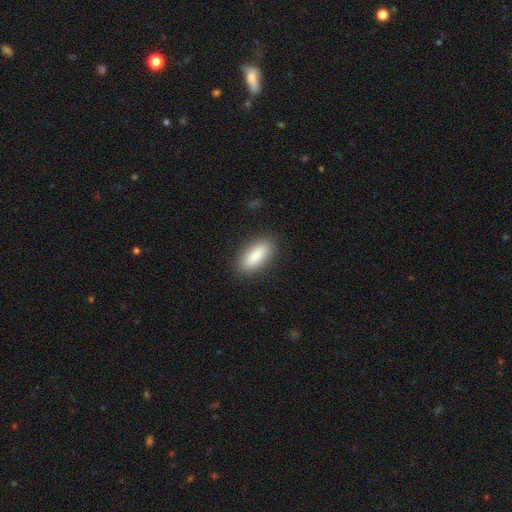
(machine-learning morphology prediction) Q: Smooth or featured?
A: smooth (86%); runner-up: featured or disk (7%)
Q: How rounded?
A: in between (75%); runner-up: cigar-shaped (23%)
Q: Merging?
A: none (87%); runner-up: minor disturbance (9%)